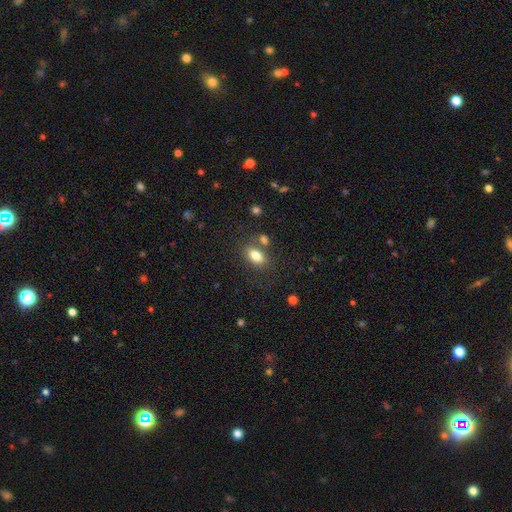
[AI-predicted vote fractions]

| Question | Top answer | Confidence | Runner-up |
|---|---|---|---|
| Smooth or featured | smooth | 81% | featured or disk (10%) |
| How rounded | in between | 86% | round (11%) |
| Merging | none | 70% | merger (13%) |